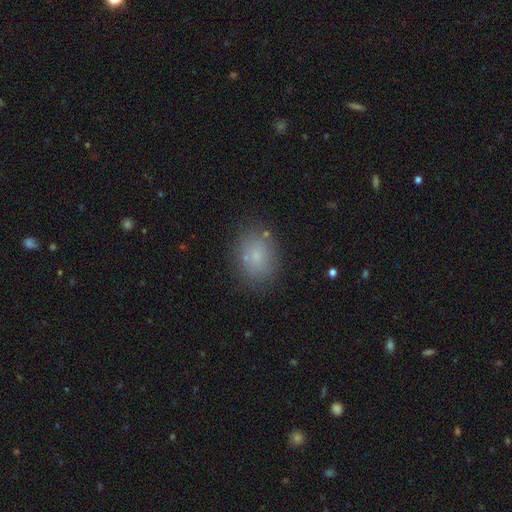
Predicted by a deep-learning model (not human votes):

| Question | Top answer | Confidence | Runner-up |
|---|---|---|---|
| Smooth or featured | smooth | 78% | star or artifact (13%) |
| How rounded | in between | 65% | round (34%) |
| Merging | none | 84% | minor disturbance (11%) |